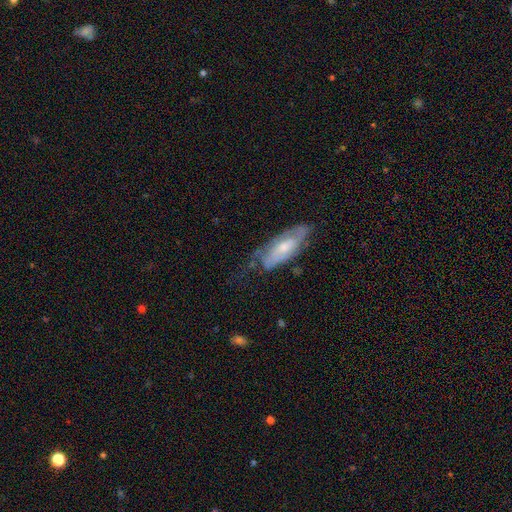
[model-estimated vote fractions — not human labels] The model was most divided on "smooth or featured": featured or disk: 52%, smooth: 32%, star or artifact: 16%. More confident: merging — none (67%); edge-on disk — no (63%).